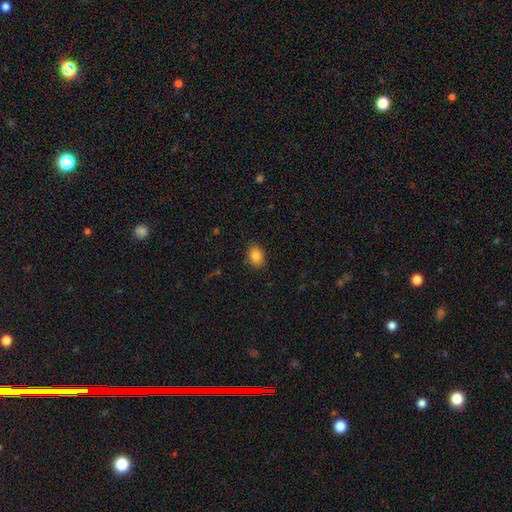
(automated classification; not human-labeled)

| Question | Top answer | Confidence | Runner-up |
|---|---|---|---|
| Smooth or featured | smooth | 84% | star or artifact (10%) |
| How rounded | in between | 65% | round (34%) |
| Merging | none | 86% | minor disturbance (11%) |